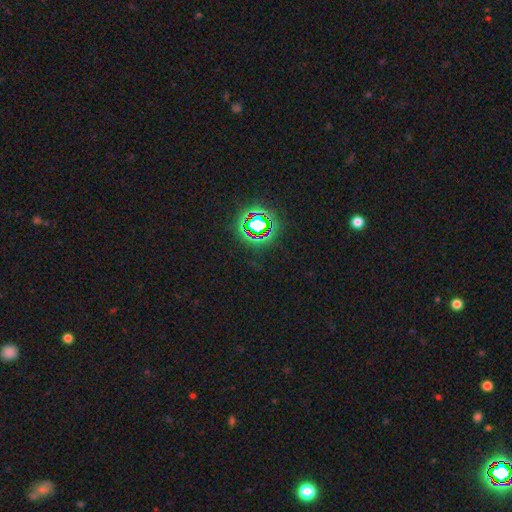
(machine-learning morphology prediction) The model was most divided on "smooth or featured": star or artifact: 79%, smooth: 13%, featured or disk: 8%.